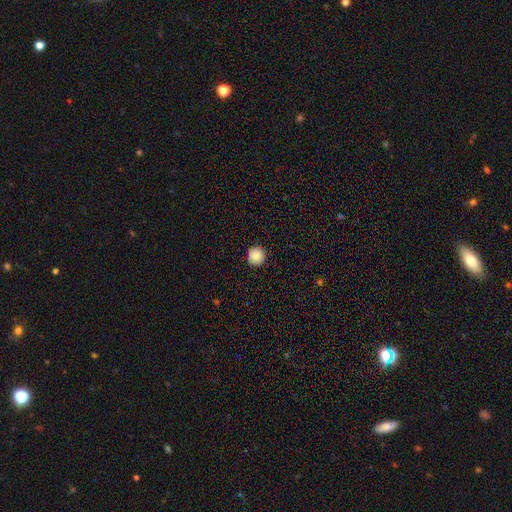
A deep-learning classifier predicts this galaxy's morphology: smooth 86%, star or artifact 9%, featured or disk 5%. Down the decision tree: how rounded — round (94%); merging — none (92%).